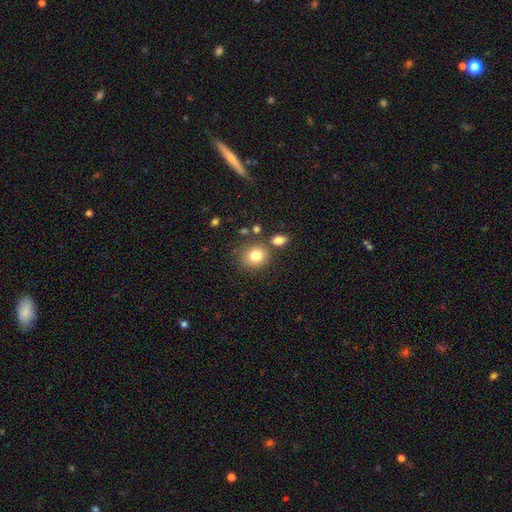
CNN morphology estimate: Smooth or featured?
  - smooth: 82% *
  - star or artifact: 10%
  - featured or disk: 8%
How rounded?
  - round: 78% *
  - in between: 21%
  - cigar-shaped: 1%
Merging?
  - none: 74% *
  - merger: 12%
  - minor disturbance: 10%
  - major disturbance: 3%